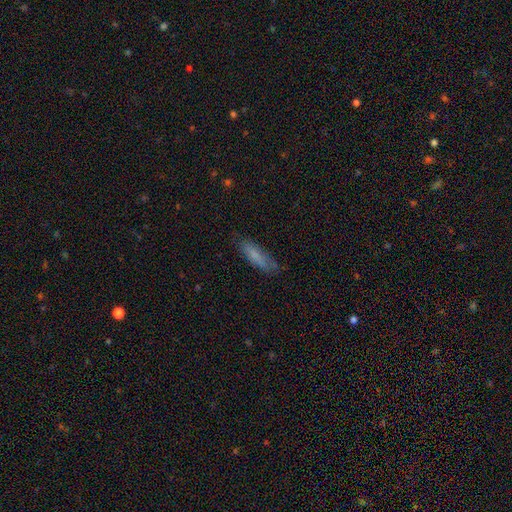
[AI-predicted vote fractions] Smooth or featured? smooth (75%)
How rounded? cigar-shaped (67%)
Merging? none (74%)